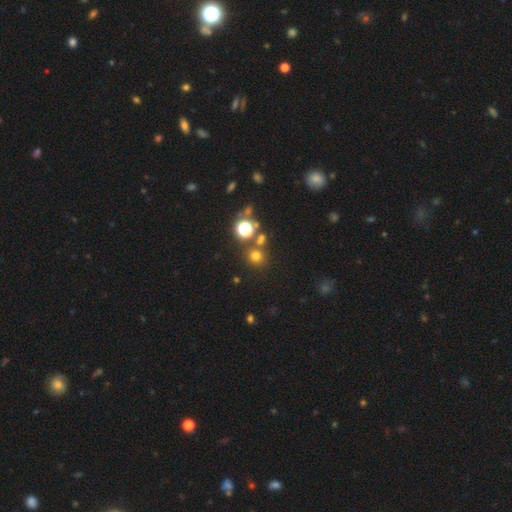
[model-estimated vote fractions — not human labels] smooth-or-featured: smooth: 67% | star or artifact: 26% | featured or disk: 7%
  how-rounded: round: 89% | in between: 10% | cigar-shaped: 1%
  merging: none: 76% | merger: 12% | minor disturbance: 8% | major disturbance: 3%